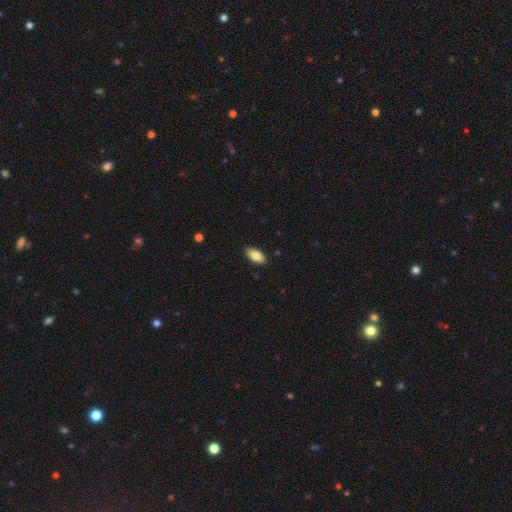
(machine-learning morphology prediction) A smooth galaxy with no disk features (83%) that is in between round and cigar-shaped (93%).

Vote fractions:
- Smooth or featured? smooth: 83% / featured or disk: 10% / star or artifact: 7%
- How rounded? in between: 93% / cigar-shaped: 4% / round: 3%
- Merging? none: 89% / minor disturbance: 8% / major disturbance: 2% / merger: 1%